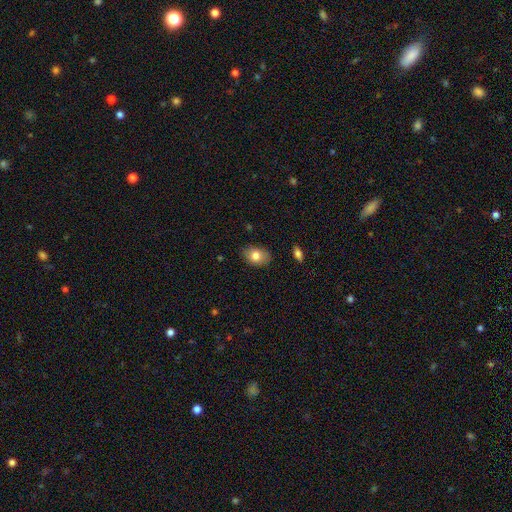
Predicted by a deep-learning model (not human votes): Smooth or featured? smooth (80%)
How rounded? in between (76%)
Merging? none (82%)